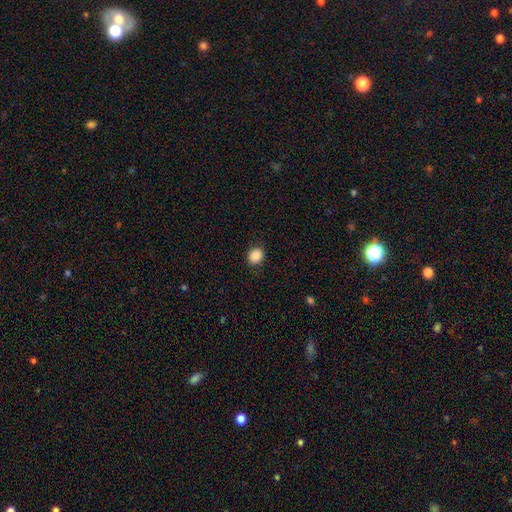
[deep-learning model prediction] A smooth galaxy with no disk features (86%) that is round (60%). Merging: none (87%).